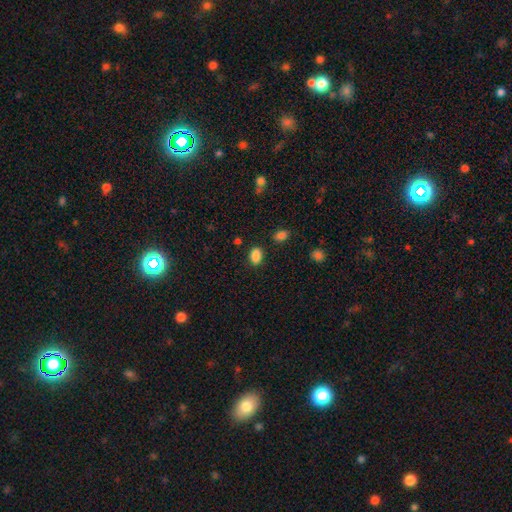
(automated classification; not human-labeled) Smooth or featured: smooth — 86% (star or artifact — 10%)
How rounded: in between — 81% (round — 17%)
Merging: none — 81% (minor disturbance — 12%)